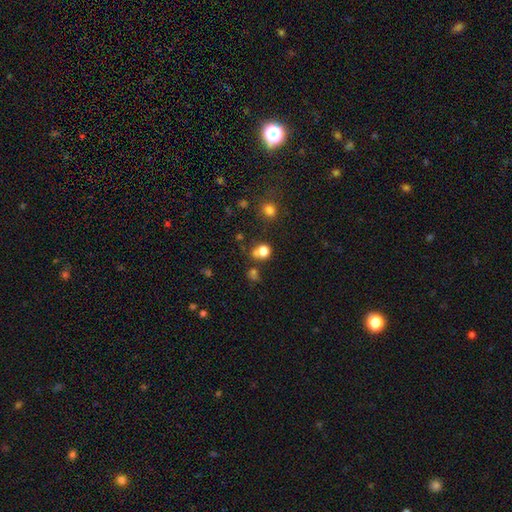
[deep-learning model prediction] Smooth or featured? star or artifact (50%)